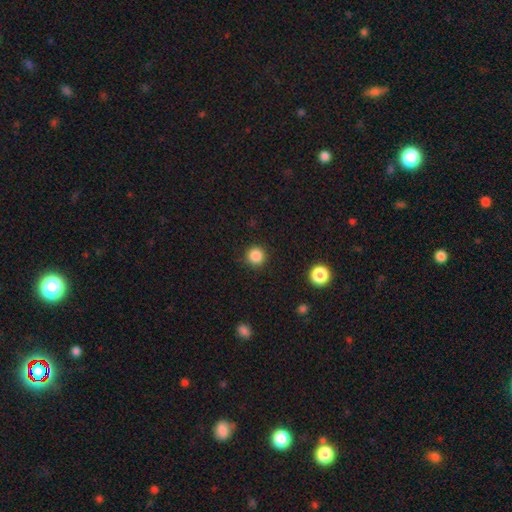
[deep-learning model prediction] A smooth galaxy with no disk features (86%) that is round (95%).

Vote fractions:
- Smooth or featured? smooth: 86% / star or artifact: 11% / featured or disk: 3%
- How rounded? round: 95% / in between: 4% / cigar-shaped: 1%
- Merging? none: 91% / minor disturbance: 6% / major disturbance: 2% / merger: 1%